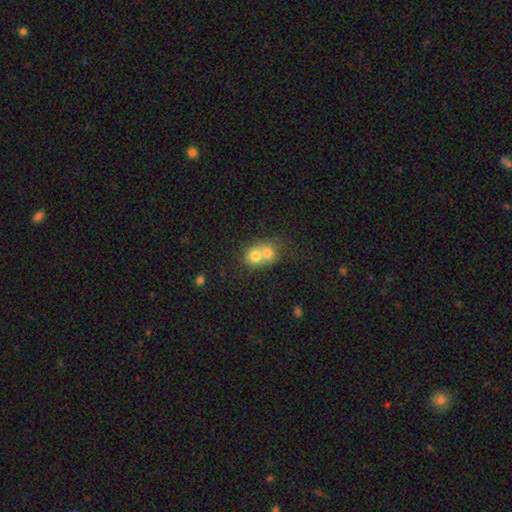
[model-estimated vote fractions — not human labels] smooth 70%, featured or disk 20%, star or artifact 9%. Down the decision tree: how rounded — round (73%); merging — merger (73%).